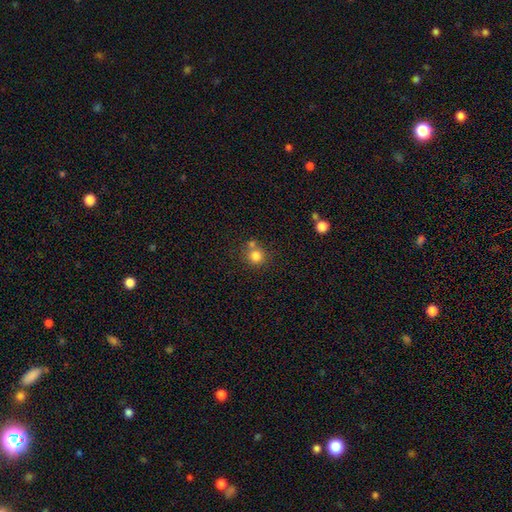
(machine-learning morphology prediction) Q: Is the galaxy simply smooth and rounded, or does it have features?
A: smooth — 81%.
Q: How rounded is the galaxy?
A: round — 90%.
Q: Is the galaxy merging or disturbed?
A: none — 62%.